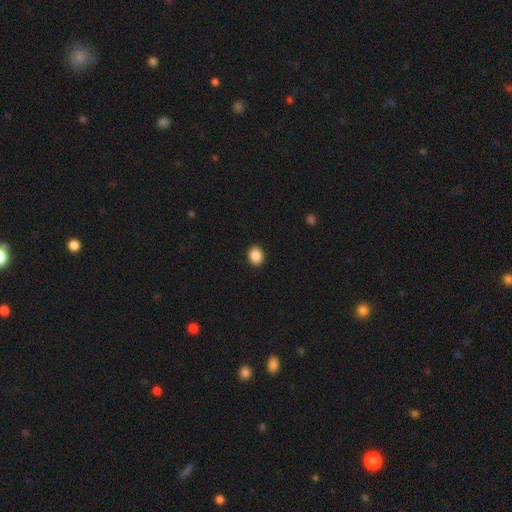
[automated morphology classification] Smooth or featured: smooth — 88% (star or artifact — 9%)
How rounded: round — 51% (in between — 48%)
Merging: none — 92% (minor disturbance — 5%)